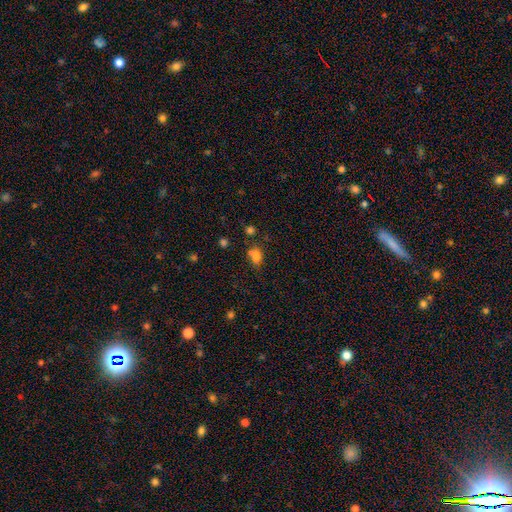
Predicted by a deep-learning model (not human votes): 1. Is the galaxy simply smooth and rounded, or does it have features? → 74% smooth, 17% star or artifact, 10% featured or disk.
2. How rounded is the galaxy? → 65% in between, 33% round, 3% cigar-shaped.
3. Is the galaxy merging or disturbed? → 47% none, 27% merger, 18% minor disturbance, 8% major disturbance.